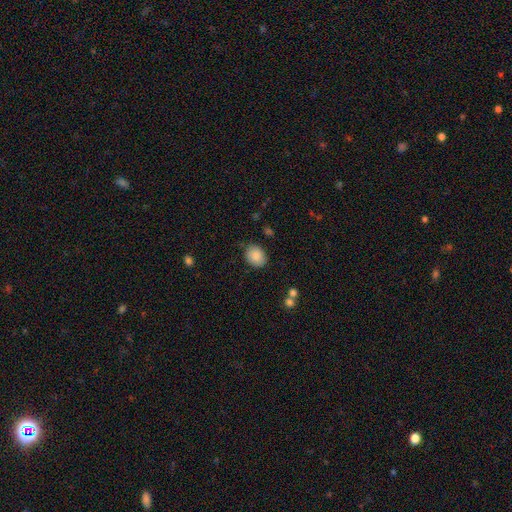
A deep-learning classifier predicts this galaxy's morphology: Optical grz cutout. It shows a smooth galaxy with no disk features (88%) that is in between round and cigar-shaped (51%). Merging: none (81%).